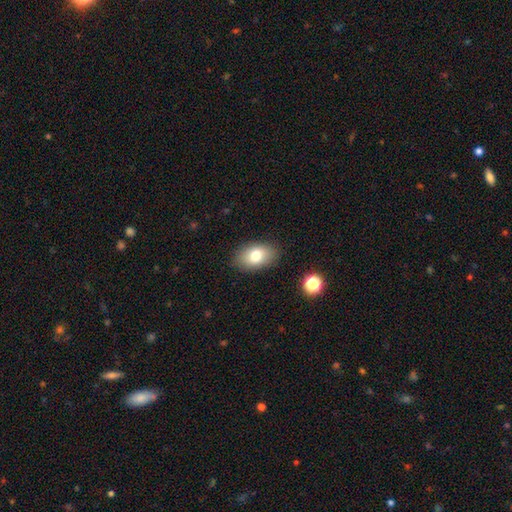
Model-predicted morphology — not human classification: smooth-or-featured: smooth: 78% | featured or disk: 13% | star or artifact: 9%
  how-rounded: in between: 89% | round: 10% | cigar-shaped: 1%
  merging: none: 87% | minor disturbance: 9% | major disturbance: 3% | merger: 1%